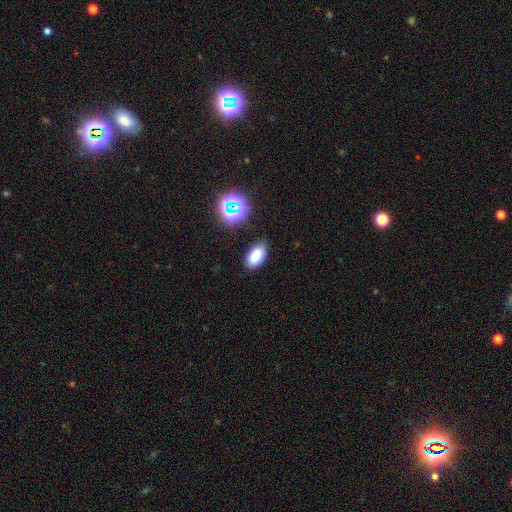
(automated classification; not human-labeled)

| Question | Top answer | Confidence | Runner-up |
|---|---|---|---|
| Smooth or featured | smooth | 80% | star or artifact (14%) |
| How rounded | in between | 93% | round (6%) |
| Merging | none | 78% | minor disturbance (16%) |